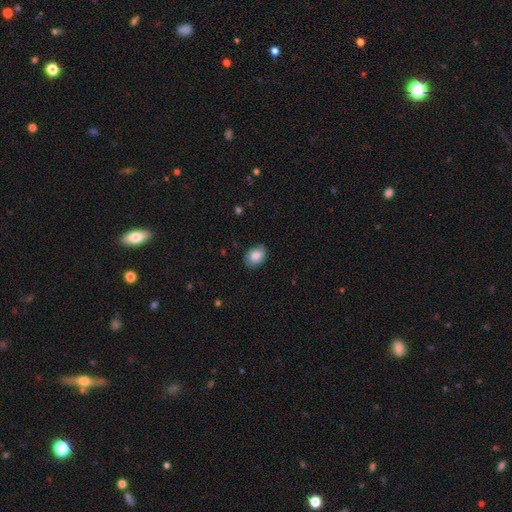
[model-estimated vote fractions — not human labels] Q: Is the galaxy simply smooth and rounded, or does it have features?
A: smooth — 83%.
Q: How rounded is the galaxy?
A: in between — 75%.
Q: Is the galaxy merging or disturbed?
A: none — 81%.